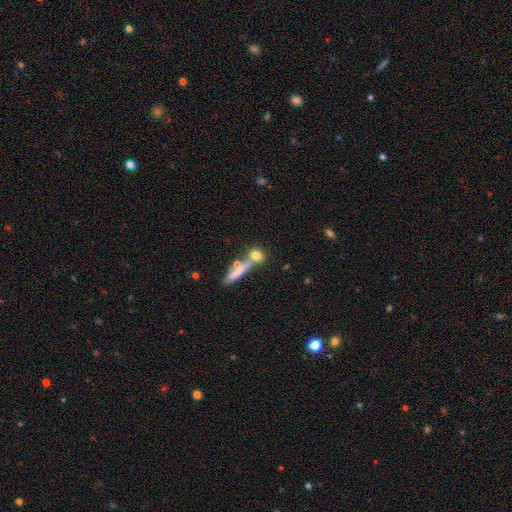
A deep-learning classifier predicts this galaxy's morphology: This appears to be a smooth galaxy with no disk features (73%) that is round (60%). Merging: none (59%).